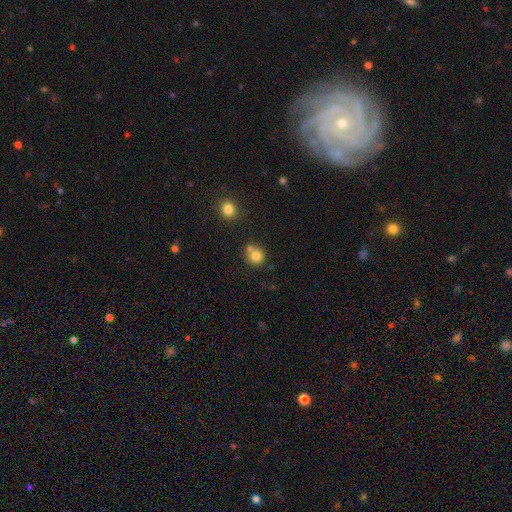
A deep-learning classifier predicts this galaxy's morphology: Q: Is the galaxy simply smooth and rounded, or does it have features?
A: smooth — 78%.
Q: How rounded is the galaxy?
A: round — 90%.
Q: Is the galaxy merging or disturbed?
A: none — 60%.